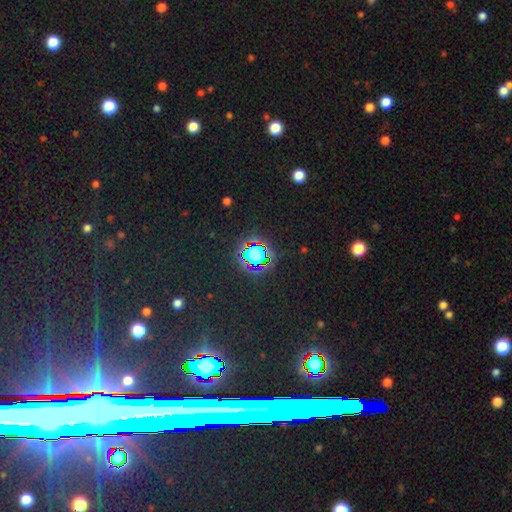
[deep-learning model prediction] The model was most divided on "smooth or featured": star or artifact: 68%, smooth: 22%, featured or disk: 11%.